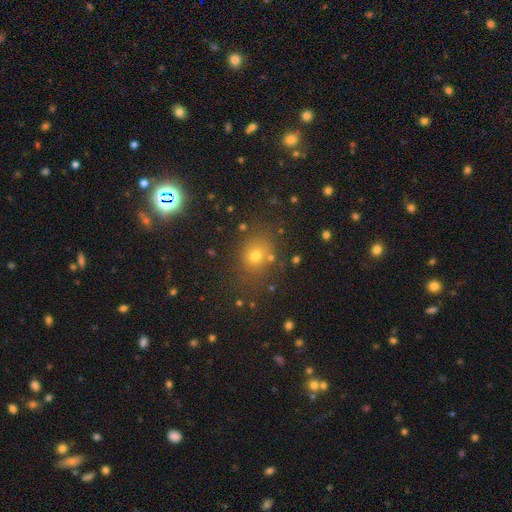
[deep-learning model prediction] smooth_or_featured: smooth (p=0.67) [alt: star or artifact p=0.23]
how_rounded: round (p=0.69) [alt: in between p=0.30]
merging: none (p=0.79) [alt: minor disturbance p=0.11]